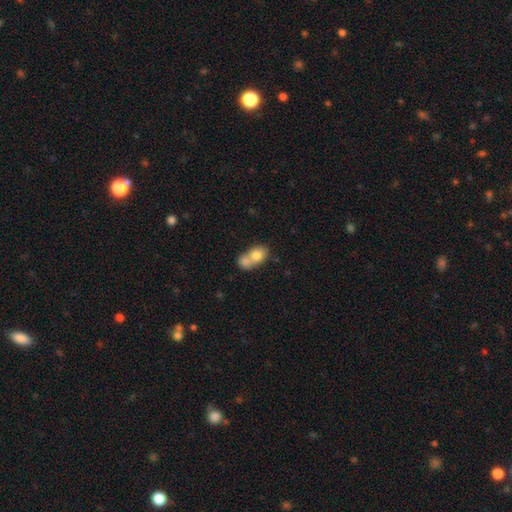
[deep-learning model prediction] The model was most divided on "how rounded": in between: 58%, round: 40%, cigar-shaped: 2%. More confident: smooth or featured — smooth (76%); merging — merger (70%).